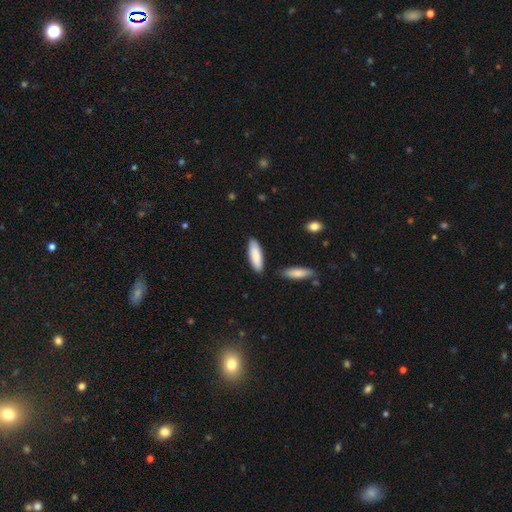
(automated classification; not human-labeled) A smooth galaxy with no disk features (86%) that is in between round and cigar-shaped (51%).

Vote fractions:
- Smooth or featured? smooth: 86% / featured or disk: 9% / star or artifact: 5%
- How rounded? in between: 51% / cigar-shaped: 48% / round: 1%
- Merging? none: 83% / minor disturbance: 10% / merger: 5% / major disturbance: 2%